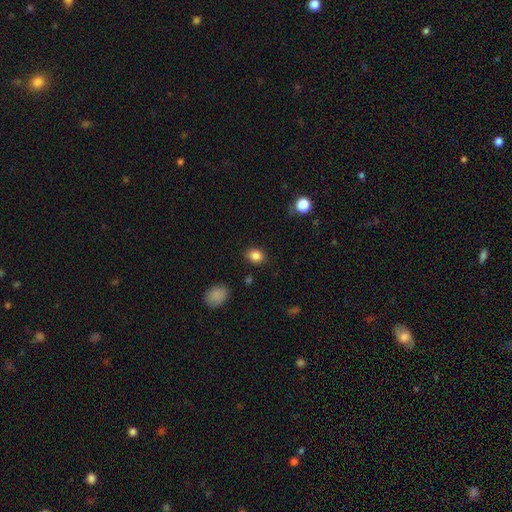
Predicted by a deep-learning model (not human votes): Smooth or featured?
  - smooth: 86% *
  - star or artifact: 10%
  - featured or disk: 4%
How rounded?
  - round: 50% *
  - in between: 49%
  - cigar-shaped: 1%
Merging?
  - none: 86% *
  - minor disturbance: 9%
  - major disturbance: 3%
  - merger: 2%